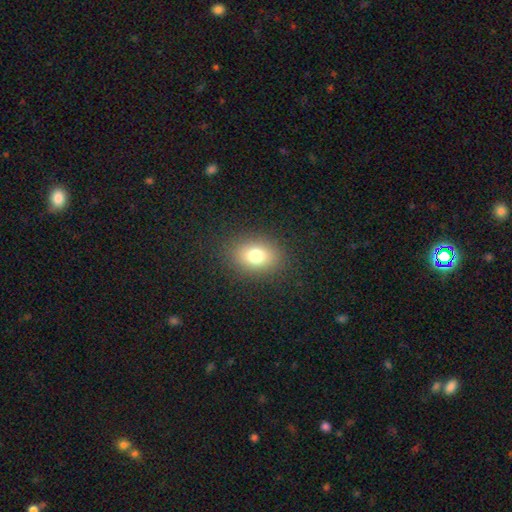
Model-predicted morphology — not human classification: Smooth or featured: smooth — 77% (star or artifact — 13%)
How rounded: in between — 65% (round — 34%)
Merging: none — 87% (minor disturbance — 8%)